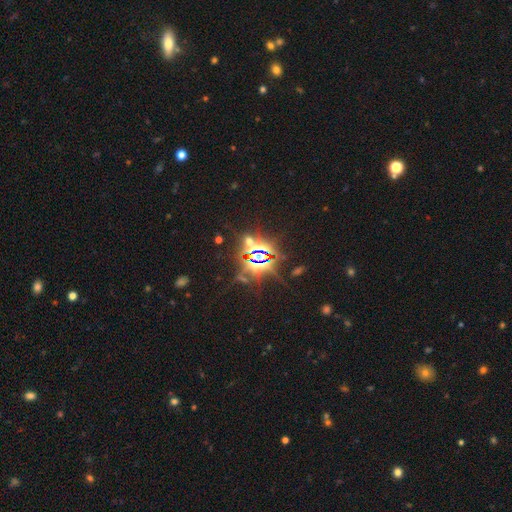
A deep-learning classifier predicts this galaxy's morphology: star or artifact 83%, smooth 9%, featured or disk 8%.